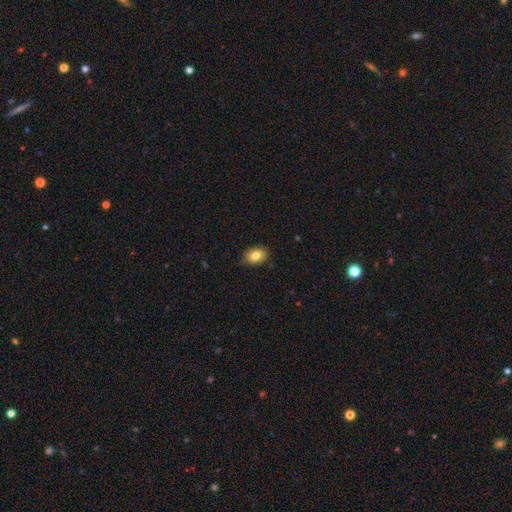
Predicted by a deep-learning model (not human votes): Smooth or featured? smooth (82%)
How rounded? in between (74%)
Merging? none (84%)